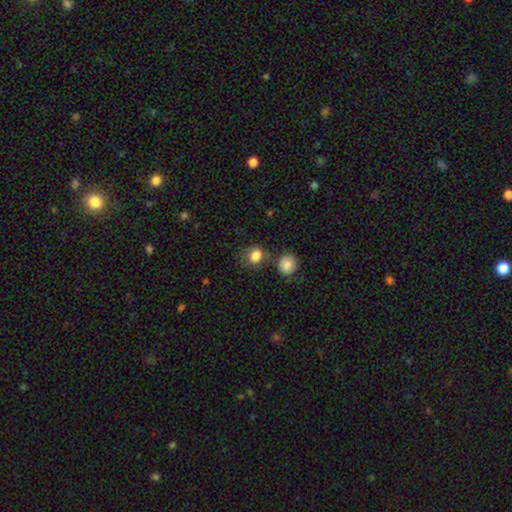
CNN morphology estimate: The model was most divided on "how rounded": round: 62%, in between: 37%, cigar-shaped: 1%. More confident: smooth or featured — smooth (84%); merging — none (60%).